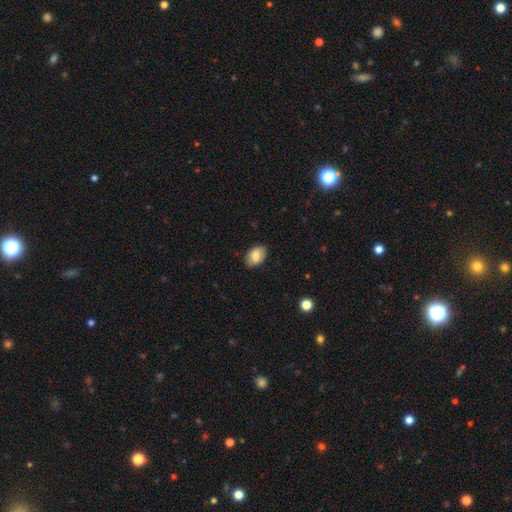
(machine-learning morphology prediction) Overall: smooth (81%). How rounded: in between (86%). Merging: none (84%).